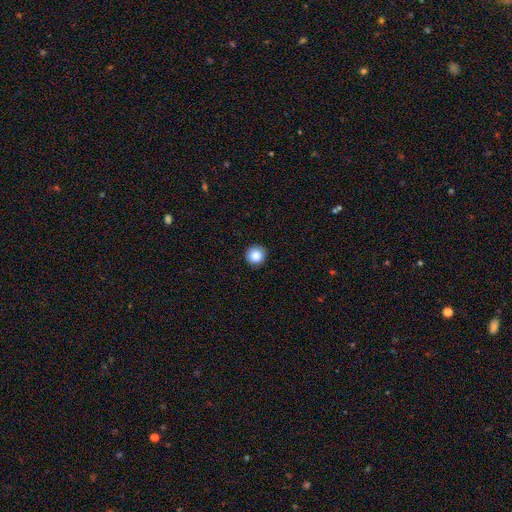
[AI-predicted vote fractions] Smooth or featured?
  - smooth: 86% *
  - star or artifact: 9%
  - featured or disk: 4%
How rounded?
  - round: 95% *
  - in between: 4%
  - cigar-shaped: 1%
Merging?
  - none: 92% *
  - minor disturbance: 6%
  - major disturbance: 2%
  - merger: 1%